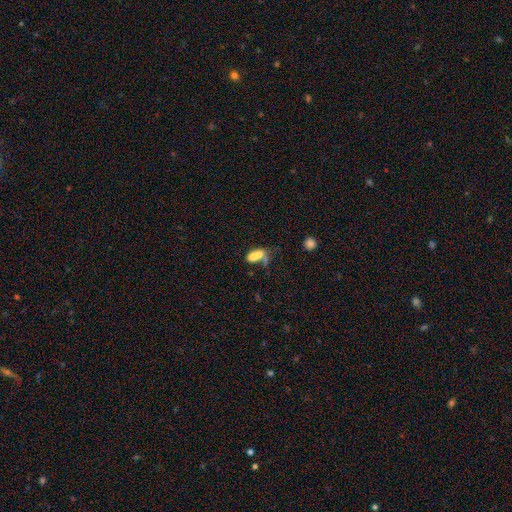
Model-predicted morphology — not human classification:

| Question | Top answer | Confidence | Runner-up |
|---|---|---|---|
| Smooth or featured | smooth | 67% | featured or disk (23%) |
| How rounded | in between | 76% | round (18%) |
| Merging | merger | 65% | none (18%) |